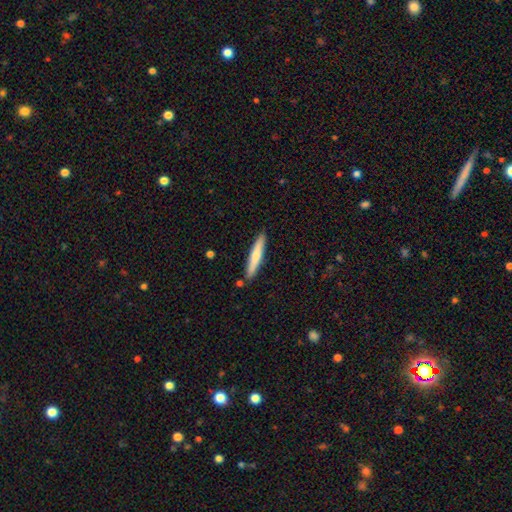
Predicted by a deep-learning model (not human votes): Smooth or featured? smooth (63%)
How rounded? cigar-shaped (93%)
Merging? none (88%)